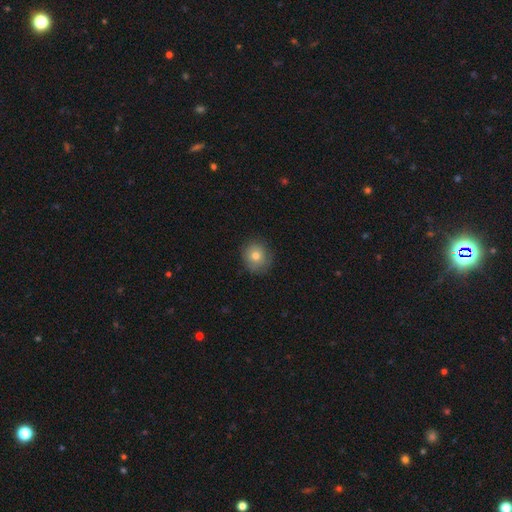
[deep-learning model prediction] smooth_or_featured: smooth (p=0.76) [alt: featured or disk p=0.14]
how_rounded: round (p=0.89) [alt: in between p=0.10]
merging: none (p=0.82) [alt: minor disturbance p=0.13]